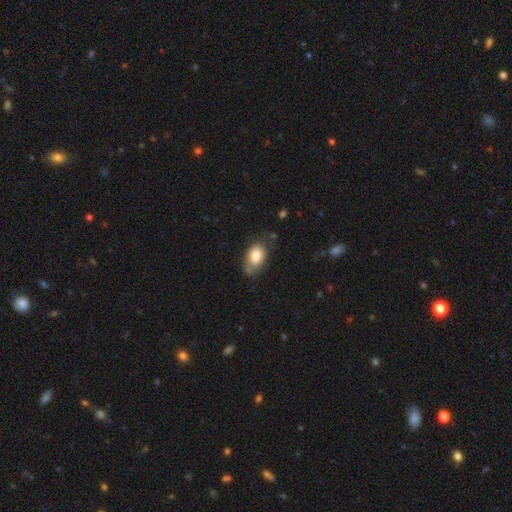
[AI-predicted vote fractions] smooth_or_featured: smooth (p=0.81) [alt: featured or disk p=0.11]
how_rounded: in between (p=0.84) [alt: round p=0.15]
merging: none (p=0.65) [alt: minor disturbance p=0.24]